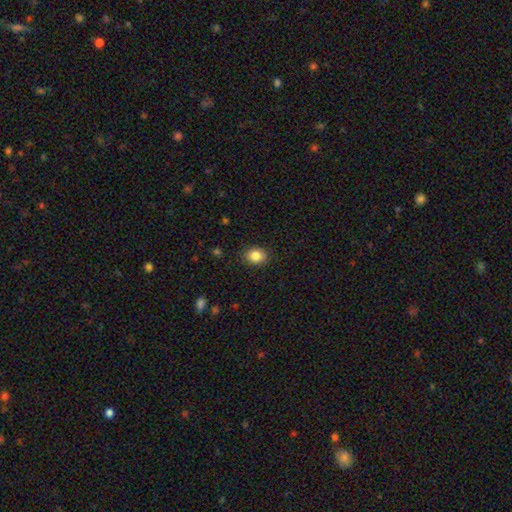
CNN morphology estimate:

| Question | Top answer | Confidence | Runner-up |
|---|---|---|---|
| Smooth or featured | smooth | 85% | star or artifact (9%) |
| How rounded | round | 52% | in between (47%) |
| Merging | none | 87% | minor disturbance (10%) |